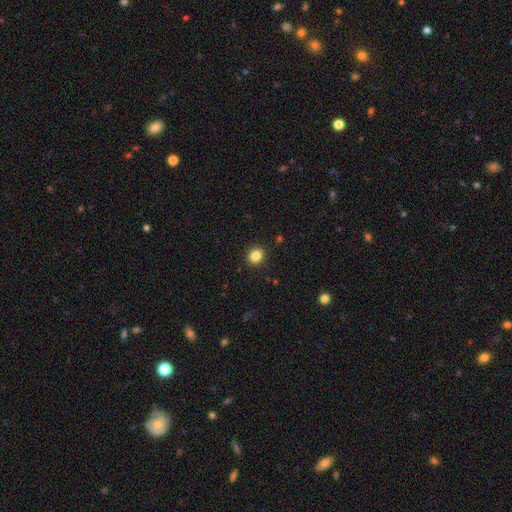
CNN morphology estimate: This is clearly a smooth galaxy (84%). How rounded: likely round (75%). Merging: clearly none (91%).